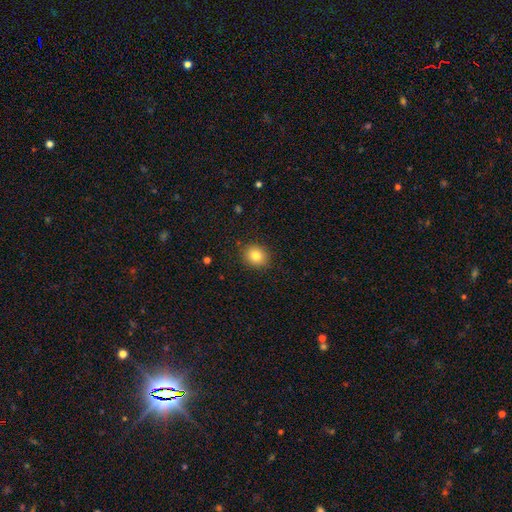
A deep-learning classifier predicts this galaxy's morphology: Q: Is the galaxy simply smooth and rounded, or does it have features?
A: smooth — 83%.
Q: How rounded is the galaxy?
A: round — 72%.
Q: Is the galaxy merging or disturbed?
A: none — 88%.